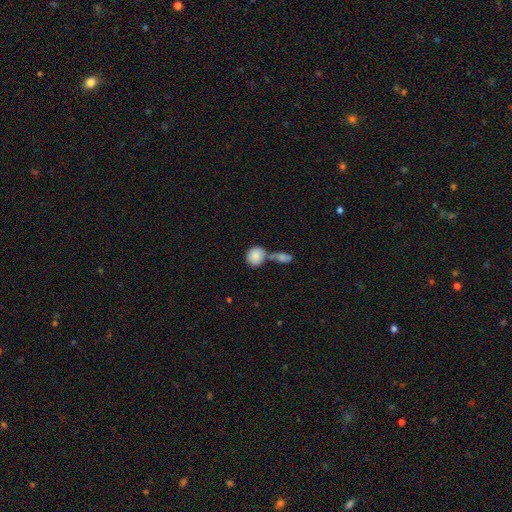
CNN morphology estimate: Smooth or featured: smooth — 85% (featured or disk — 8%)
How rounded: round — 70% (in between — 28%)
Merging: merger — 52% (none — 33%)